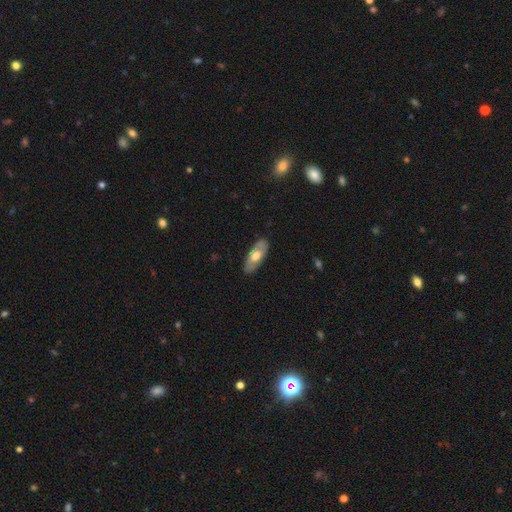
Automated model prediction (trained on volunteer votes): smooth 53%, featured or disk 42%, star or artifact 5%. Down the decision tree: how rounded — in between (82%); merging — none (84%).